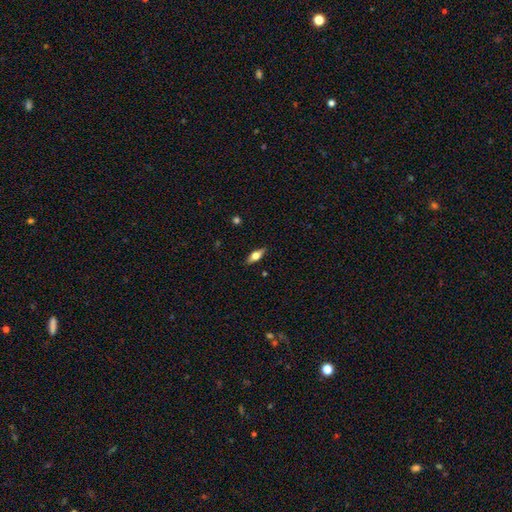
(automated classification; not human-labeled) Smooth or featured: smooth — 49% (featured or disk — 44%)
Merging: none — 88% (minor disturbance — 9%)